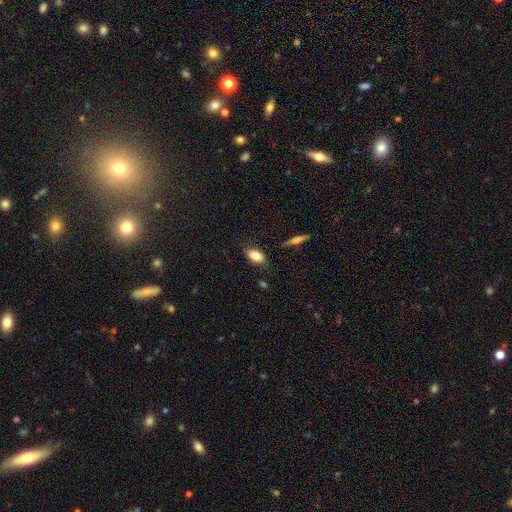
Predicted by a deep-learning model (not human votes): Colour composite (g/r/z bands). It shows a smooth galaxy with no disk features (83%) that is in between round and cigar-shaped (89%). Merging: none (82%).